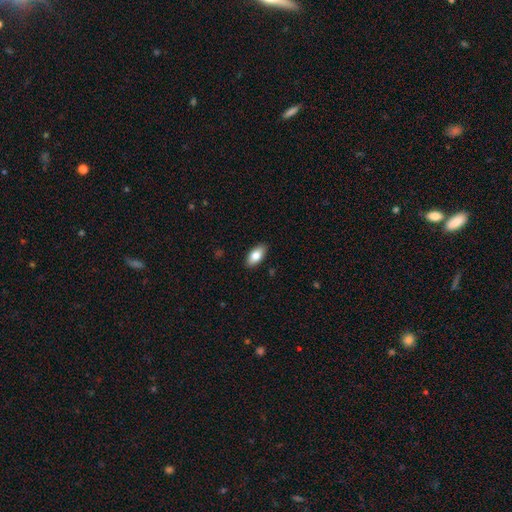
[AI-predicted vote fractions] This is clearly a smooth galaxy (80%). How rounded: clearly in between (91%). Merging: clearly none (88%).